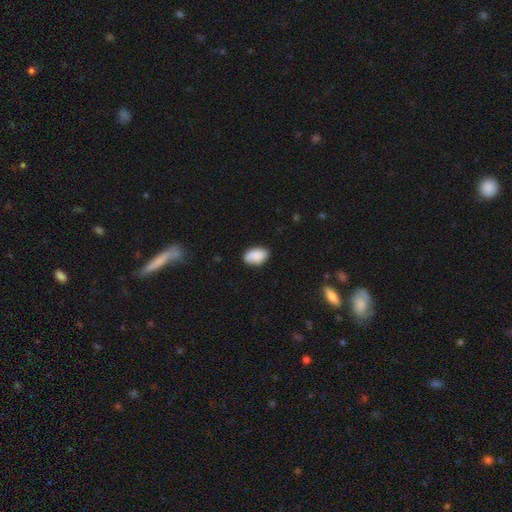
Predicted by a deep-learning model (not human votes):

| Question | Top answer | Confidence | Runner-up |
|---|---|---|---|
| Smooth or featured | smooth | 89% | star or artifact (7%) |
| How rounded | in between | 92% | round (6%) |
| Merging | none | 83% | minor disturbance (13%) |